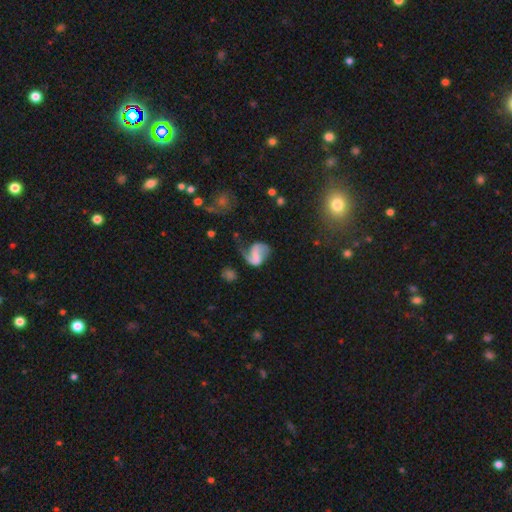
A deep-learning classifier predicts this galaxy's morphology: Smooth or featured? Predicted: featured or disk (p=0.70). Edge-on disk? Predicted: no (p=0.98). Bar? Predicted: weak (p=0.40). Spiral arms? Predicted: yes (p=0.90). Spiral winding? Predicted: loose (p=0.55). Spiral arm count? Predicted: 2 (p=0.62). Bulge size? Predicted: none (p=0.61). Merging? Predicted: none (p=0.39).